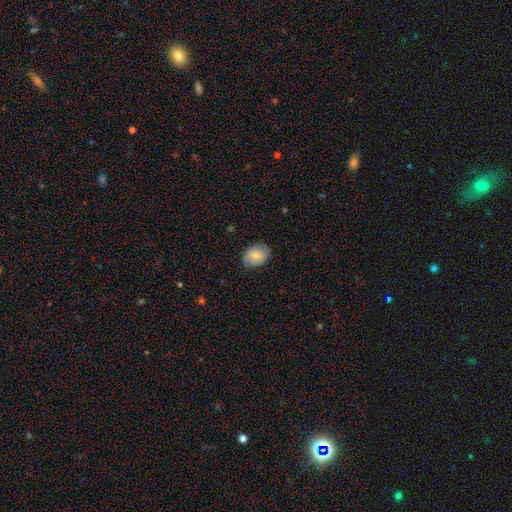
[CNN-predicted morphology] smooth-or-featured: smooth: 65% | featured or disk: 28% | star or artifact: 8%
  how-rounded: in between: 66% | round: 33% | cigar-shaped: 1%
  merging: none: 80% | minor disturbance: 15% | major disturbance: 3% | merger: 1%